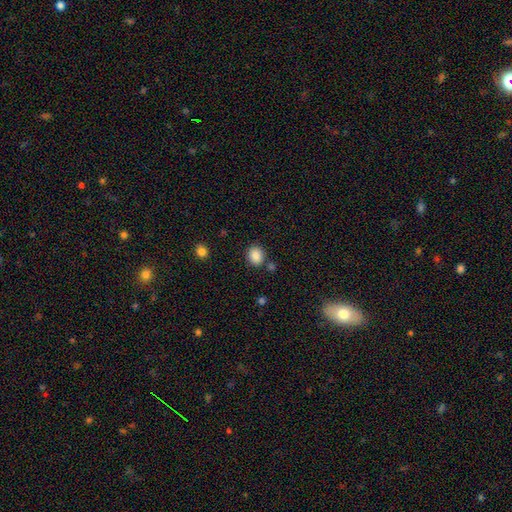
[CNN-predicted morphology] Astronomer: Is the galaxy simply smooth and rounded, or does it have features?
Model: smooth — 87%.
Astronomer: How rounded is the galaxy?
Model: round — 65%.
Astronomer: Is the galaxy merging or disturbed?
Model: none — 81%.